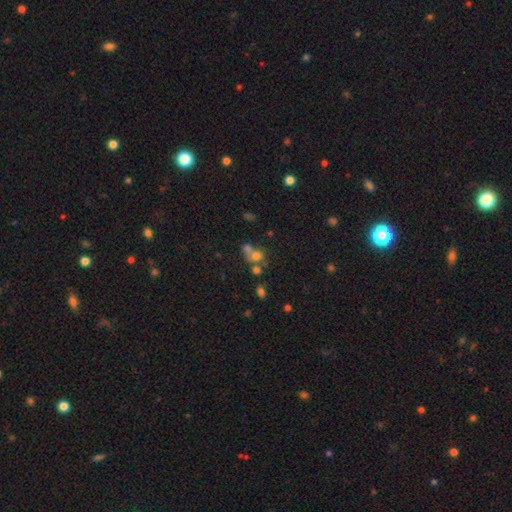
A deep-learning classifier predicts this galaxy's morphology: This appears to be a smooth galaxy with no disk features (62%) that is round (72%). Merging: merger (49%).